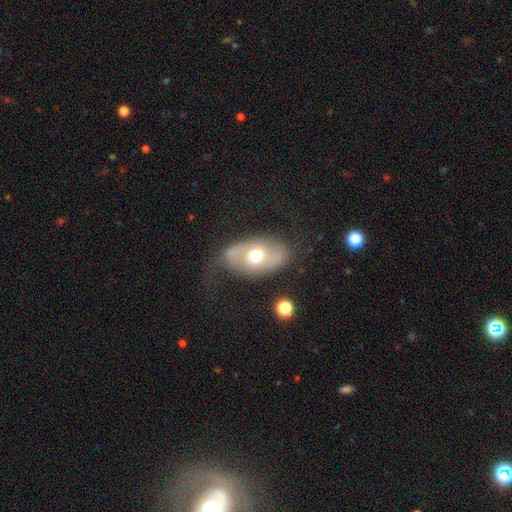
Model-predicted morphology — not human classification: Overall: featured or disk (49%; smooth 43%). Merging: none (55%; minor disturbance 25%).